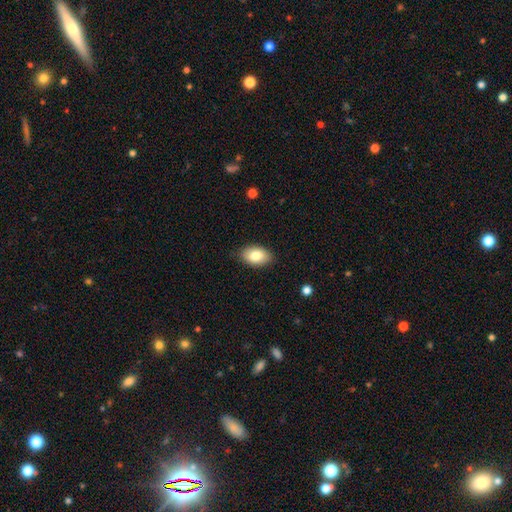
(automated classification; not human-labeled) Smooth or featured: smooth — 83% (featured or disk — 10%)
How rounded: in between — 91% (round — 8%)
Merging: none — 85% (minor disturbance — 12%)